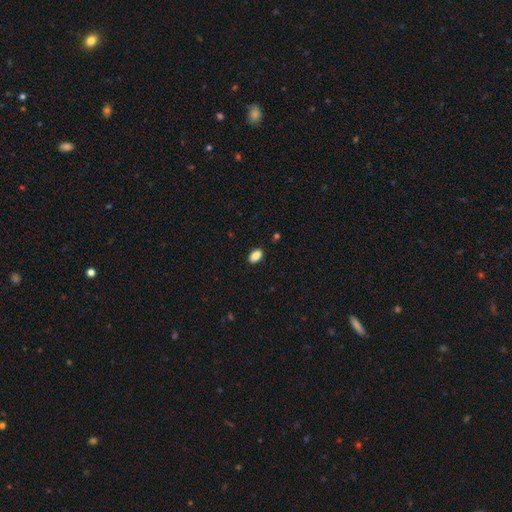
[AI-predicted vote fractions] smooth 88%, star or artifact 8%, featured or disk 4%. Down the decision tree: how rounded — in between (91%); merging — none (88%).